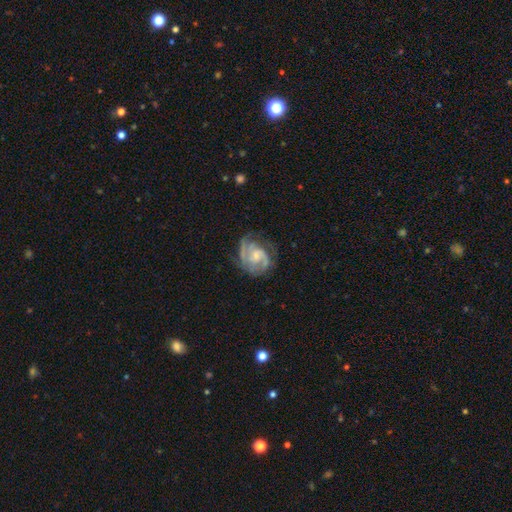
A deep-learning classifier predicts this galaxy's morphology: type=featured or disk (83%); edge-on=no (98%); bar=no (61%); spiral arms=yes (95%); winding=medium (45%); arm count=2 (55%); bulge=small (60%); merging=none (59%).